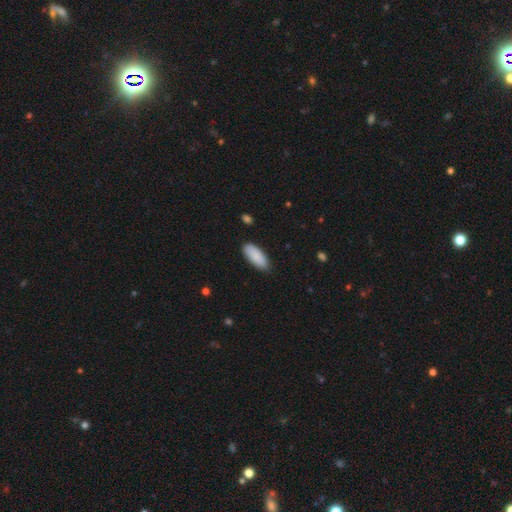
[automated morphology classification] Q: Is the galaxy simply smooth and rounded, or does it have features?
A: smooth — 89%.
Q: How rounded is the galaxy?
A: in between — 84%.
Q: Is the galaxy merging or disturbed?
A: none — 85%.